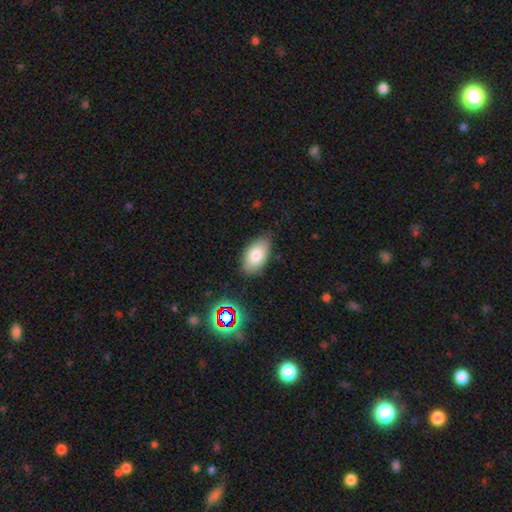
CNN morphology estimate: smooth_or_featured: smooth (p=0.80) [alt: featured or disk p=0.12]
how_rounded: in between (p=0.93) [alt: round p=0.05]
merging: none (p=0.76) [alt: minor disturbance p=0.19]